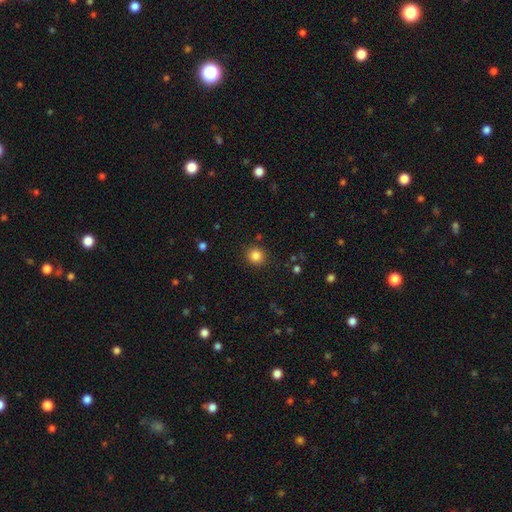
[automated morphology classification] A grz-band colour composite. It shows a smooth galaxy with no disk features (85%) that is round (87%). Merging: none (89%).